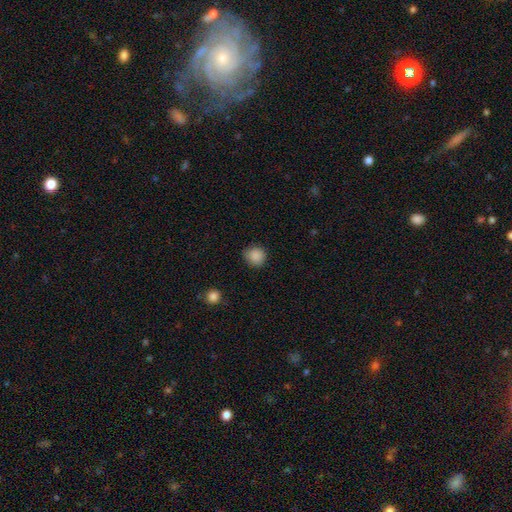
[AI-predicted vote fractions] A smooth galaxy with no disk features (87%) that is round (88%).

Vote fractions:
- Smooth or featured? smooth: 87% / star or artifact: 10% / featured or disk: 3%
- How rounded? round: 88% / in between: 11% / cigar-shaped: 1%
- Merging? none: 79% / minor disturbance: 16% / major disturbance: 3% / merger: 1%